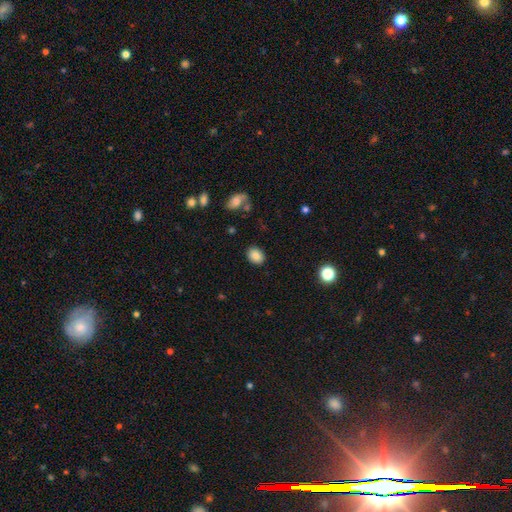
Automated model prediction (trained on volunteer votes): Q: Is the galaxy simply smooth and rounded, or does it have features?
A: smooth — 85%.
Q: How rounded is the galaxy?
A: in between — 65%.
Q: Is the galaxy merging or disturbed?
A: none — 87%.